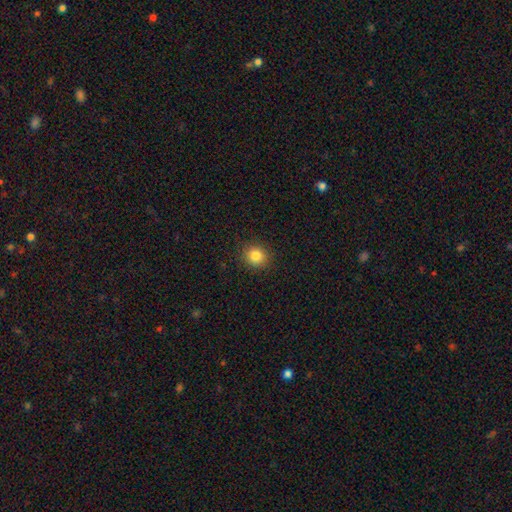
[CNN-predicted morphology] type=smooth (83%); roundness=round (88%); merging=none (91%).